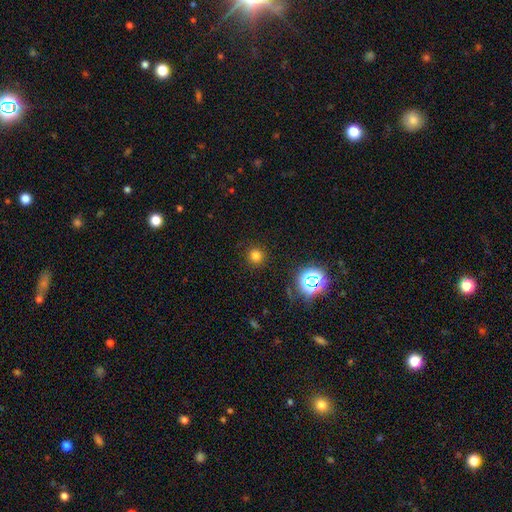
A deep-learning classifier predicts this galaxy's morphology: This appears to be a smooth galaxy with no disk features (74%) that is round (94%). Merging: none (91%).